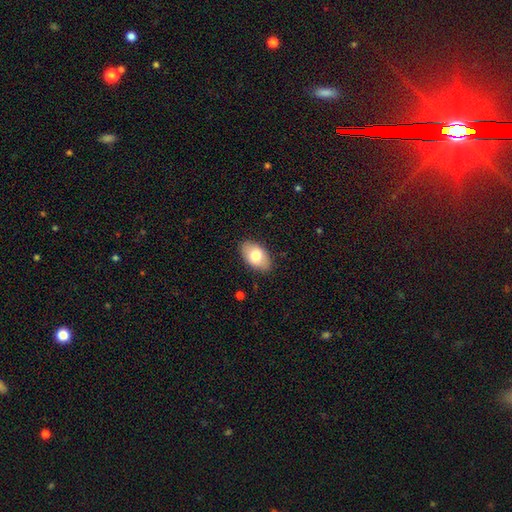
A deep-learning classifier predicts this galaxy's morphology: A smooth galaxy with no disk features (76%) that is in between round and cigar-shaped (93%). Merging: none (87%).